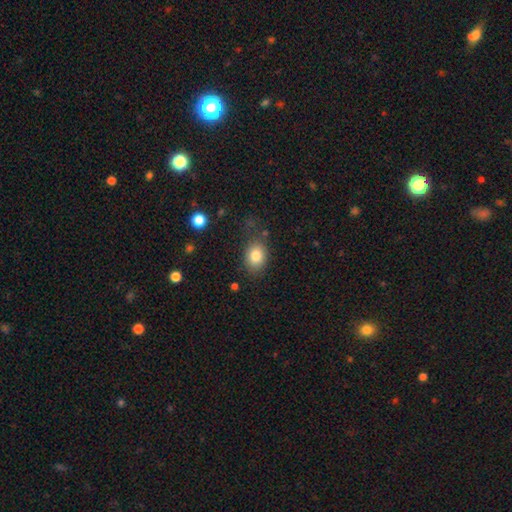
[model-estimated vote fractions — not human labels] This appears to be a smooth galaxy with no disk features (82%) that is in between round and cigar-shaped (65%). Merging: none (76%).